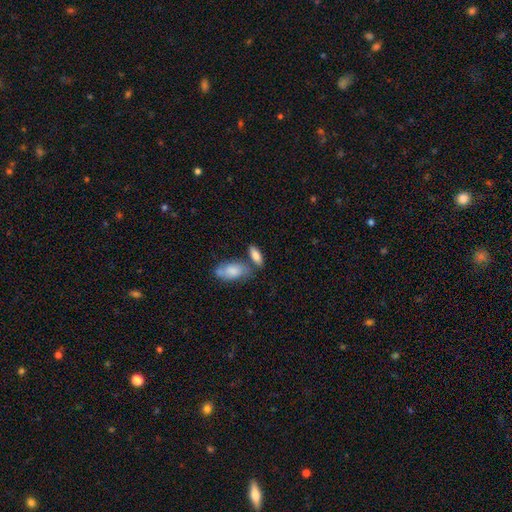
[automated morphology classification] Q: Smooth or featured?
A: smooth (81%); runner-up: featured or disk (13%)
Q: How rounded?
A: in between (77%); runner-up: cigar-shaped (19%)
Q: Merging?
A: none (61%); runner-up: merger (21%)